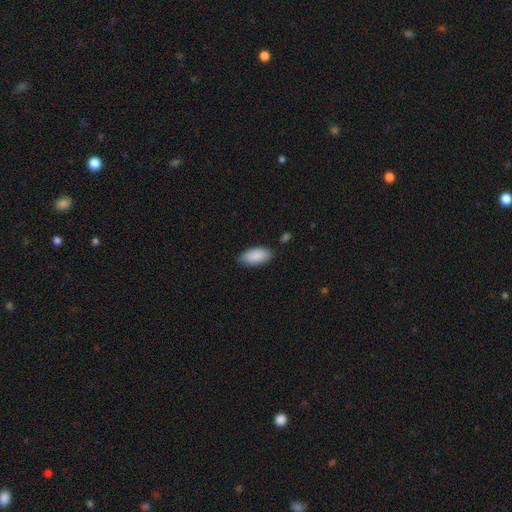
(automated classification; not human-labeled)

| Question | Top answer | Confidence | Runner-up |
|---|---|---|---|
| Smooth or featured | smooth | 89% | star or artifact (6%) |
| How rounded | in between | 92% | cigar-shaped (6%) |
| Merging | none | 82% | minor disturbance (14%) |